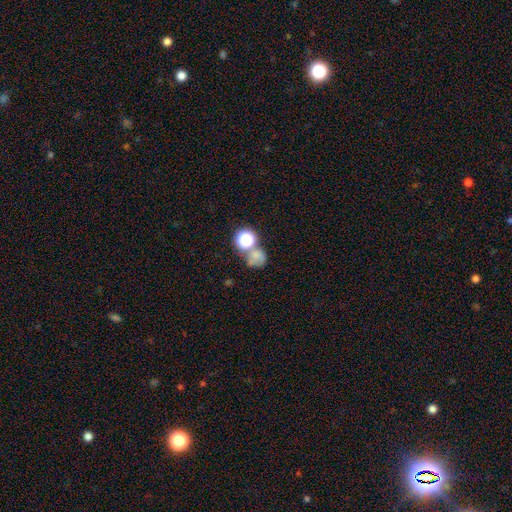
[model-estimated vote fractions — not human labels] This appears to be a smooth galaxy with no disk features (64%) that is round (73%). Merging: none (39%).